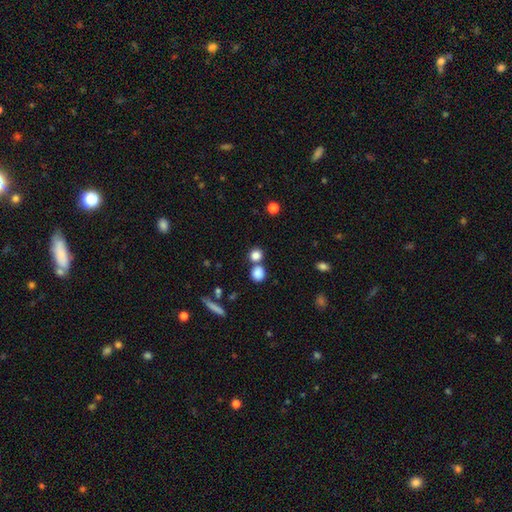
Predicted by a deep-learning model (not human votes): This appears to be a smooth galaxy with no disk features (83%) that is round (86%). Merging: none (60%).